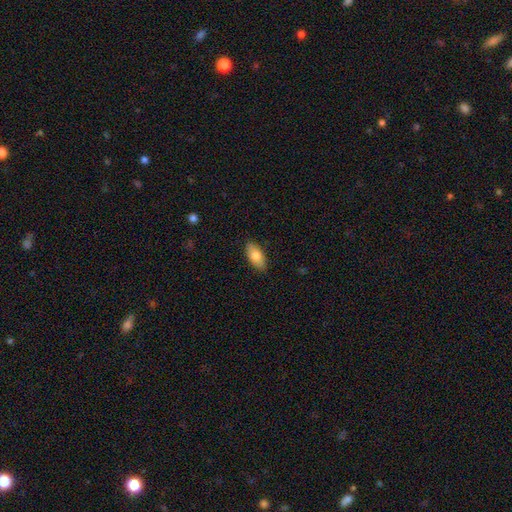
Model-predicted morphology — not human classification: type=smooth (79%); roundness=in between (91%); merging=none (88%).